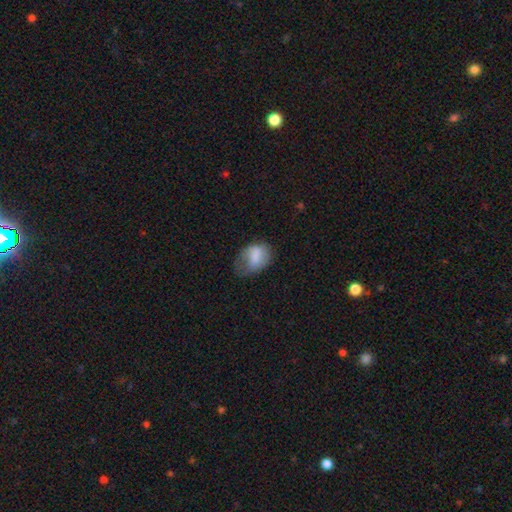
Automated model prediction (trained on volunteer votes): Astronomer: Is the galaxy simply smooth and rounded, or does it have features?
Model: smooth — 76%.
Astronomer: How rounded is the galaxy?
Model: in between — 78%.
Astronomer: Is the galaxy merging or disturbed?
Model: minor disturbance — 36% (runner-up: none, 33%).